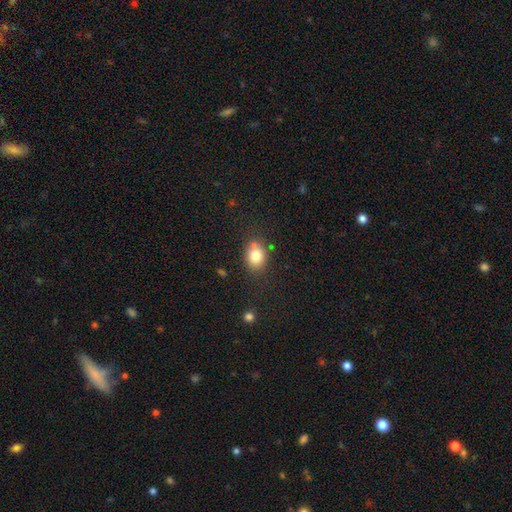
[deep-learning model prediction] This is clearly a smooth galaxy (81%). How rounded: possibly in between (52%). Merging: likely none (71%).